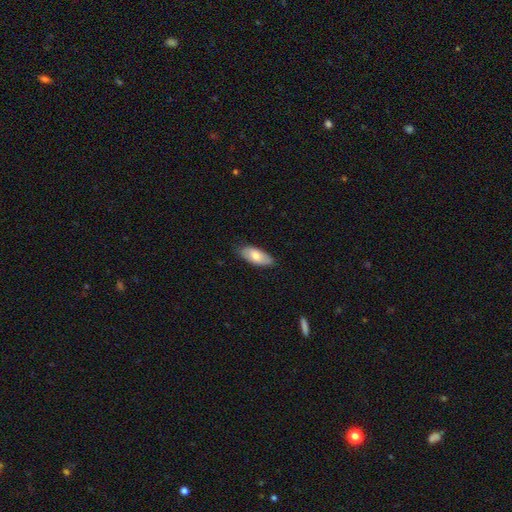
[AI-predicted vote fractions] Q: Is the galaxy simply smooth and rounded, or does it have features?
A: smooth — 75%.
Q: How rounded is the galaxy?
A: in between — 87%.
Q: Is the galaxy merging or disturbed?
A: none — 83%.